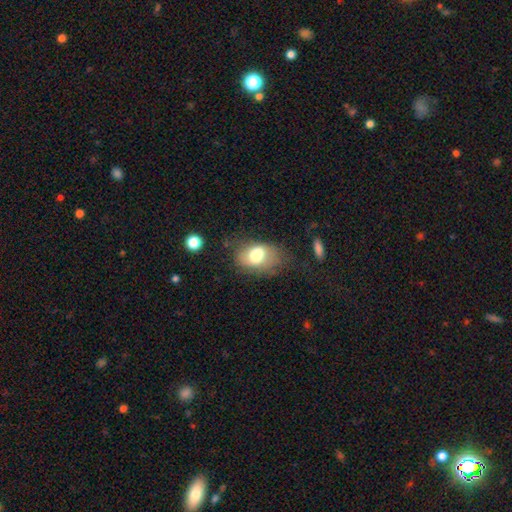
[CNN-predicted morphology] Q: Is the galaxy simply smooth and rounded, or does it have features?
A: smooth — 70%.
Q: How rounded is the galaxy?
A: in between — 83%.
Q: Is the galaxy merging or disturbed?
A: none — 48%.